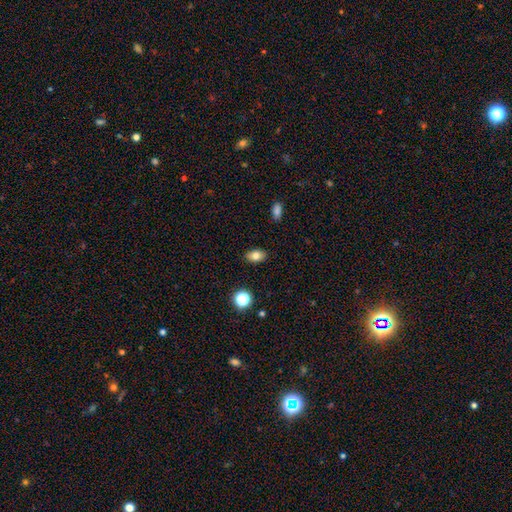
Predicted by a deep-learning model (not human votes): Smooth or featured? smooth (80%)
How rounded? in between (87%)
Merging? none (88%)